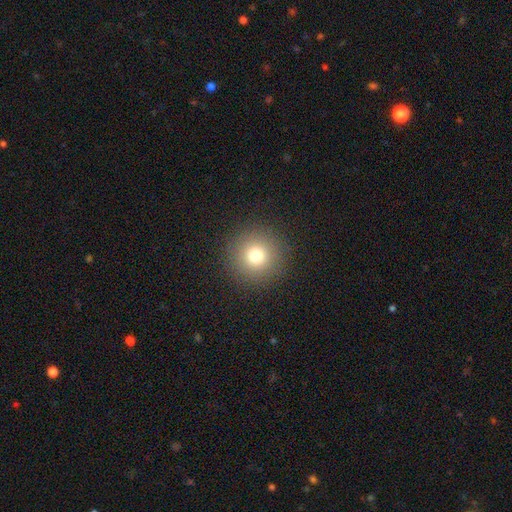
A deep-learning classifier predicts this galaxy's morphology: A smooth galaxy with no disk features (77%) that is round (96%).

Vote fractions:
- Smooth or featured? smooth: 77% / star or artifact: 15% / featured or disk: 9%
- How rounded? round: 96% / in between: 3% / cigar-shaped: 1%
- Merging? none: 92% / minor disturbance: 5% / major disturbance: 2% / merger: 1%